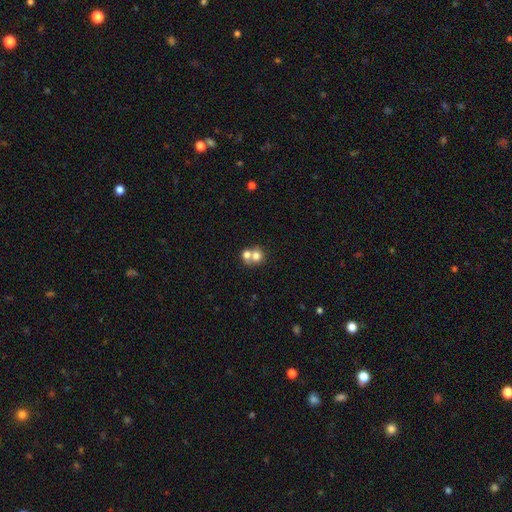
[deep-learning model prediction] A smooth galaxy with no disk features (72%) that is round (76%). Merging: merger (63%).